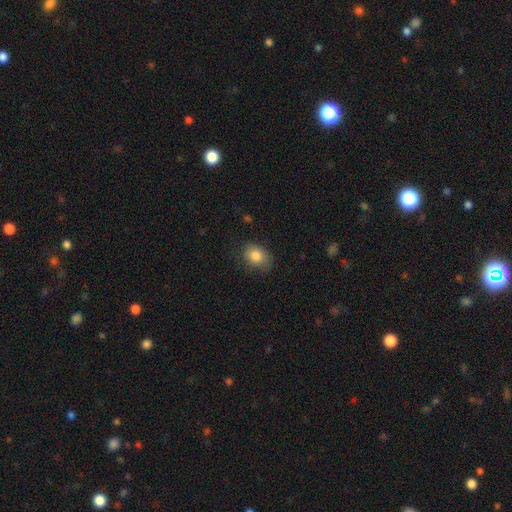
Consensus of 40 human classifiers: This appears to be a smooth galaxy with no disk features (82%) that is in between round and cigar-shaped (73%). Merging: none (61%).